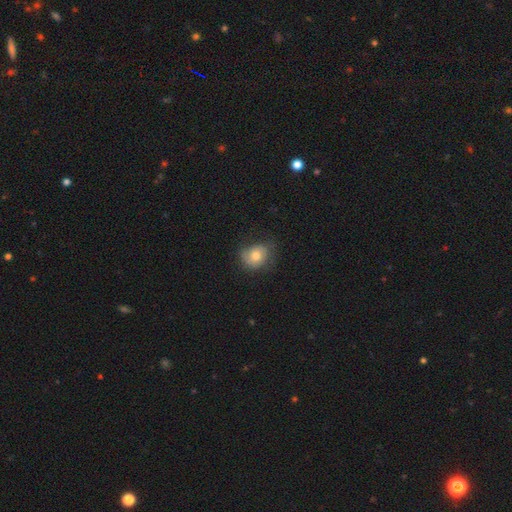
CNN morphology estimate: smooth-or-featured: smooth: 66% | featured or disk: 26% | star or artifact: 9%
  how-rounded: round: 61% | in between: 38% | cigar-shaped: 1%
  merging: none: 58% | minor disturbance: 28% | major disturbance: 12% | merger: 1%